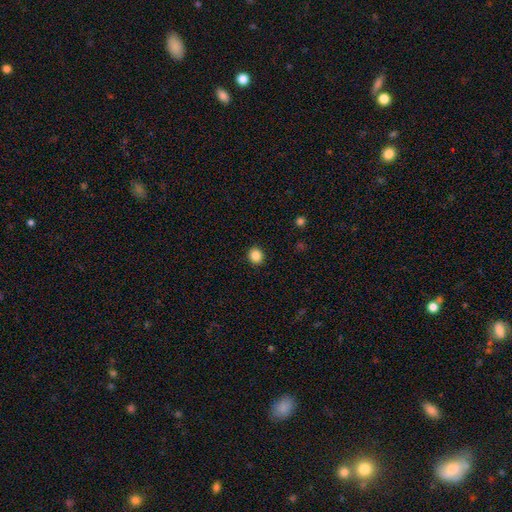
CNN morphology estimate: The model was most divided on "how rounded": round: 82%, in between: 18%, cigar-shaped: 1%. More confident: merging — none (92%); smooth or featured — smooth (86%).